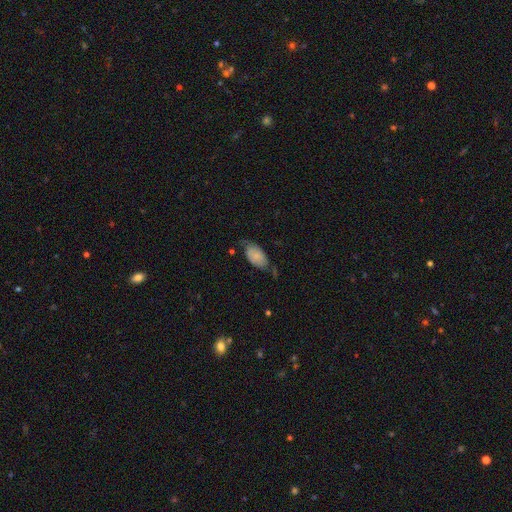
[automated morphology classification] type=smooth (69%); roundness=in between (94%); merging=none (45%).